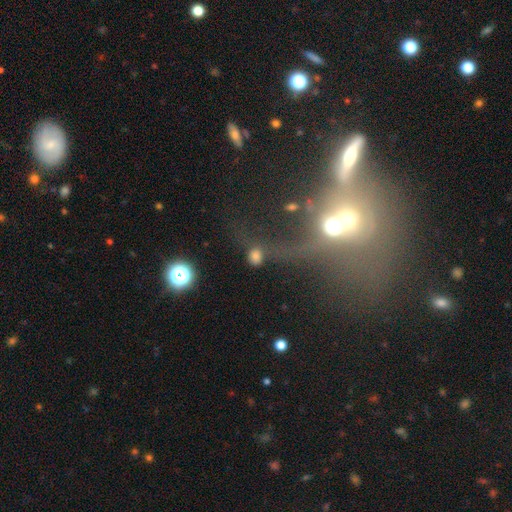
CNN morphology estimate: Smooth or featured?
  - smooth: 69% *
  - star or artifact: 20%
  - featured or disk: 12%
How rounded?
  - round: 60% *
  - in between: 37%
  - cigar-shaped: 3%
Merging?
  - none: 48% *
  - major disturbance: 20%
  - minor disturbance: 16%
  - merger: 16%